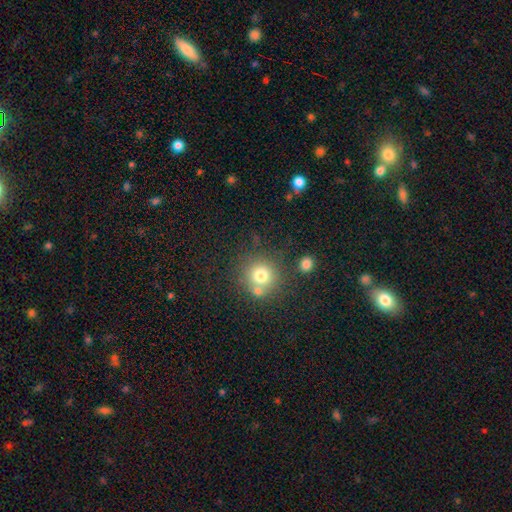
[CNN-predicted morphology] This is possibly a smooth galaxy (60%). How rounded: clearly round (92%). Merging: clearly none (84%).